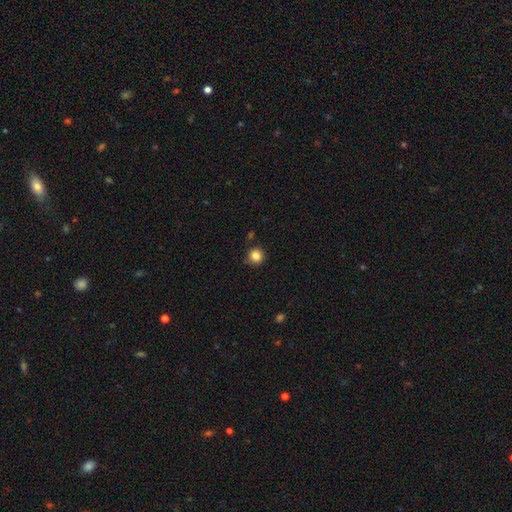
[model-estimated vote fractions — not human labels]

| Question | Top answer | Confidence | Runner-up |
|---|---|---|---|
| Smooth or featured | smooth | 85% | star or artifact (11%) |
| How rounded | round | 91% | in between (8%) |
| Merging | none | 78% | minor disturbance (15%) |